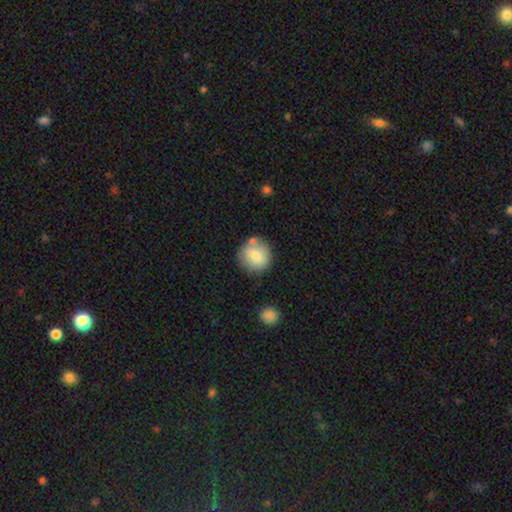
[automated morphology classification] smooth-or-featured: smooth: 79% | featured or disk: 14% | star or artifact: 8%
  how-rounded: round: 91% | in between: 8% | cigar-shaped: 1%
  merging: none: 72% | minor disturbance: 14% | merger: 11% | major disturbance: 3%